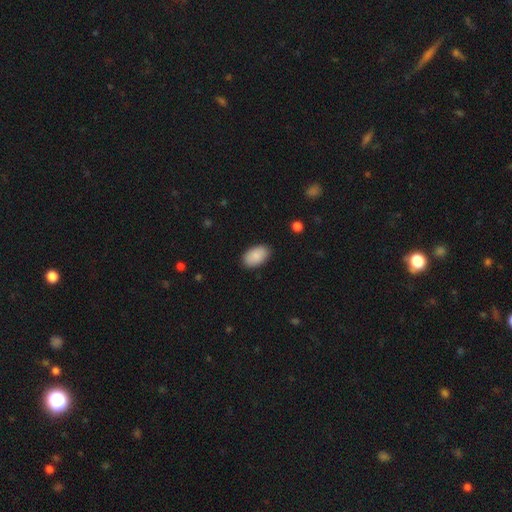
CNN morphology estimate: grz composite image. It shows a smooth galaxy with no disk features (88%) that is in between round and cigar-shaped (93%). Merging: none (88%).